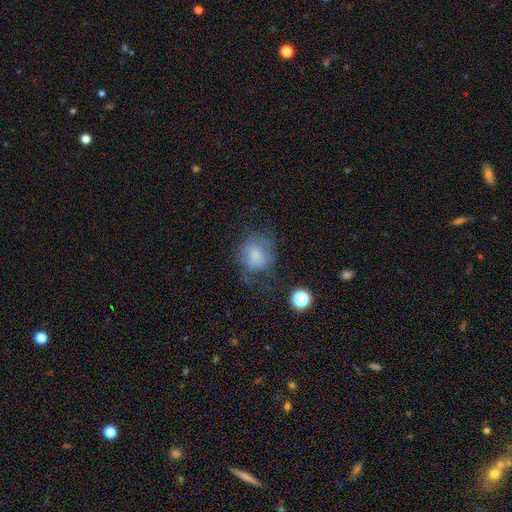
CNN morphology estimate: The model was most divided on "merging": none: 48%, minor disturbance: 25%, major disturbance: 23%, merger: 3%. More confident: how rounded — round (68%); smooth or featured — smooth (68%).